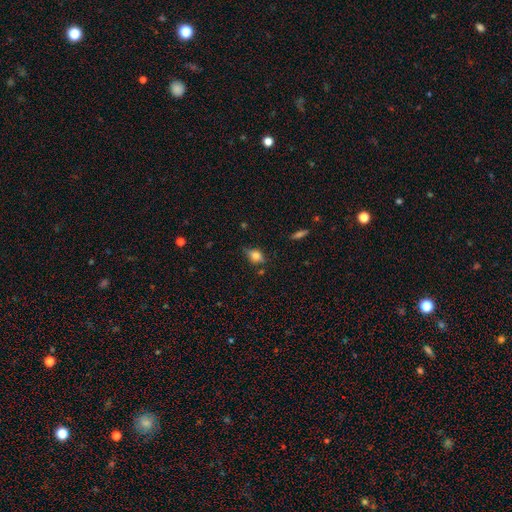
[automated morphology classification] Overall: smooth (72%). How rounded: in between (68%). Merging: none (67%).